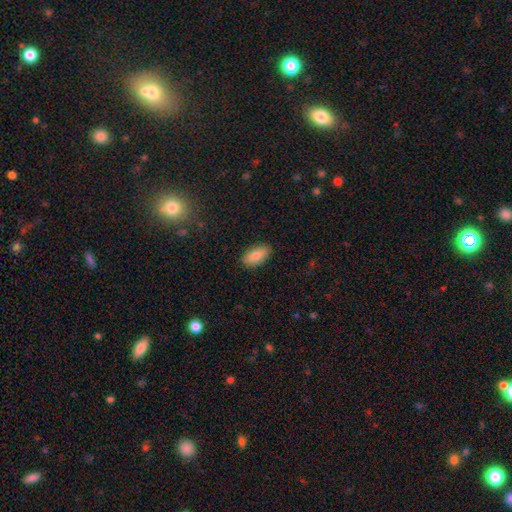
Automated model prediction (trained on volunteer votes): Smooth or featured?
  - smooth: 82% *
  - featured or disk: 11%
  - star or artifact: 7%
How rounded?
  - in between: 91% *
  - cigar-shaped: 6%
  - round: 3%
Merging?
  - none: 88% *
  - minor disturbance: 9%
  - major disturbance: 2%
  - merger: 1%